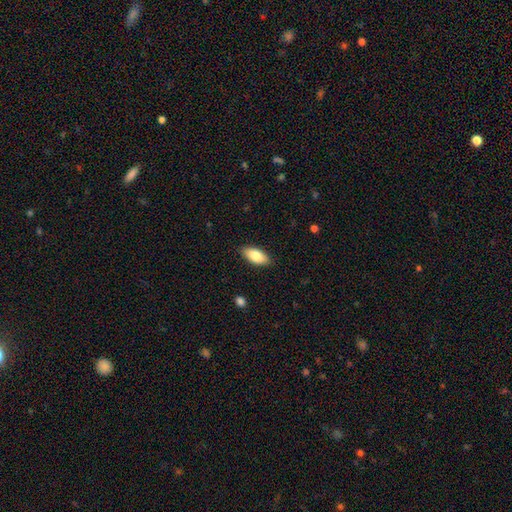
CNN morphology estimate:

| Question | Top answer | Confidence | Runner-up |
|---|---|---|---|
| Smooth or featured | smooth | 82% | featured or disk (12%) |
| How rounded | in between | 89% | cigar-shaped (8%) |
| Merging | none | 87% | minor disturbance (10%) |